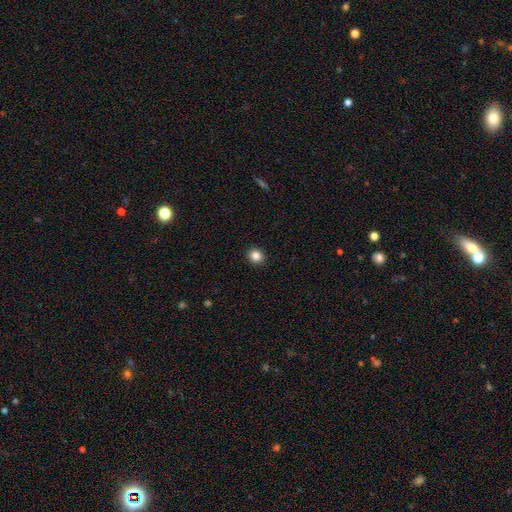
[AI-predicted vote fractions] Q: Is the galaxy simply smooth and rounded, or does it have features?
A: smooth — 84%.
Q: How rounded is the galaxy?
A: round — 80%.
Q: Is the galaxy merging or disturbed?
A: none — 92%.